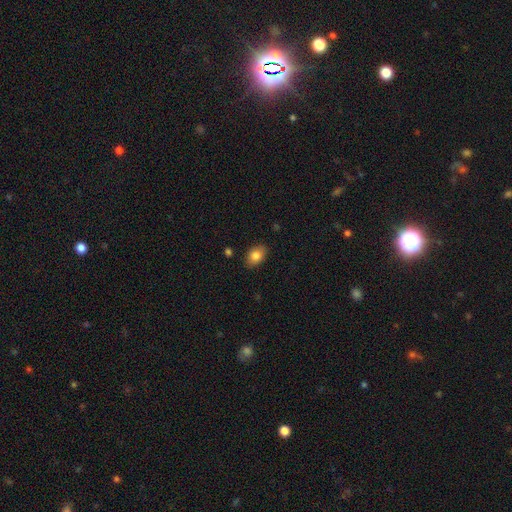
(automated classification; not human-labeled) Morphology: type=smooth (83%); roundness=in between (82%); merging=none (86%).